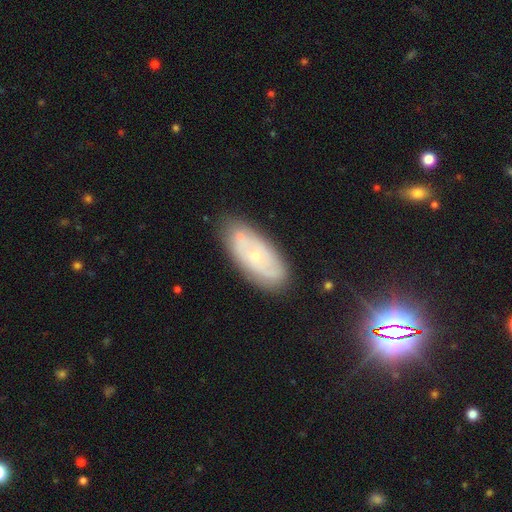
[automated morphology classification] The model was most divided on "spiral arms": yes: 63%, no: 37%. More confident: edge-on disk — no (90%); bar — no (83%); bulge size — small (75%); merging — none (74%); smooth or featured — featured or disk (63%).